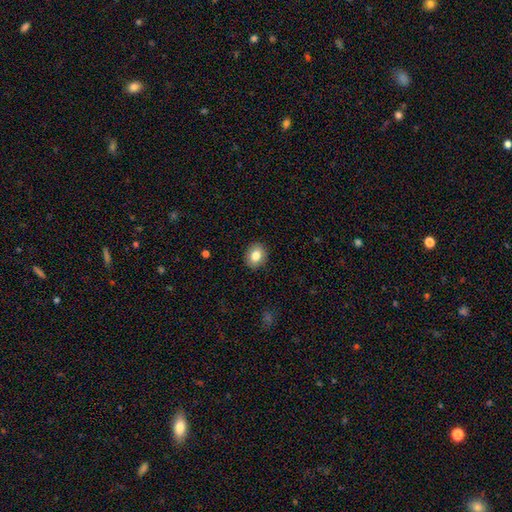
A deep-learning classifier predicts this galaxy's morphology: The model was most divided on "how rounded": round: 52%, in between: 47%, cigar-shaped: 1%. More confident: merging — none (90%); smooth or featured — smooth (81%).